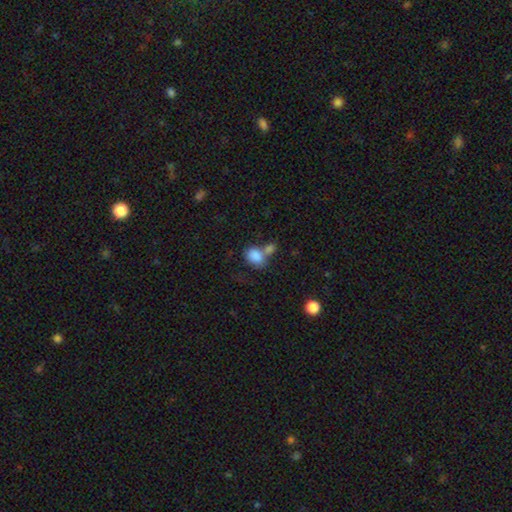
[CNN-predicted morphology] smooth 83%, star or artifact 9%, featured or disk 8%. Down the decision tree: how rounded — in between (66%); merging — merger (51%).